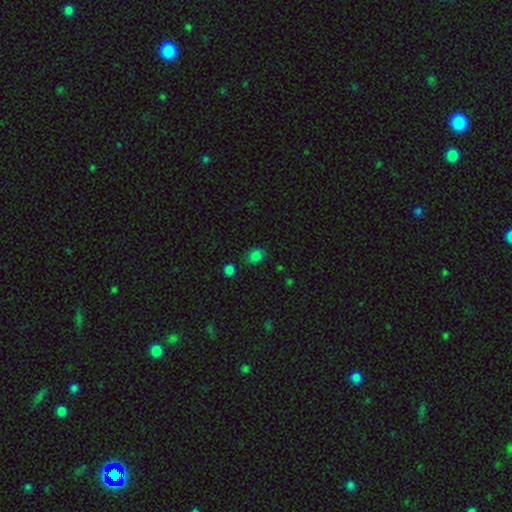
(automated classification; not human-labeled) smooth_or_featured: smooth (p=0.79) [alt: star or artifact p=0.16]
how_rounded: round (p=0.51) [alt: in between p=0.48]
merging: none (p=0.74) [alt: minor disturbance p=0.17]